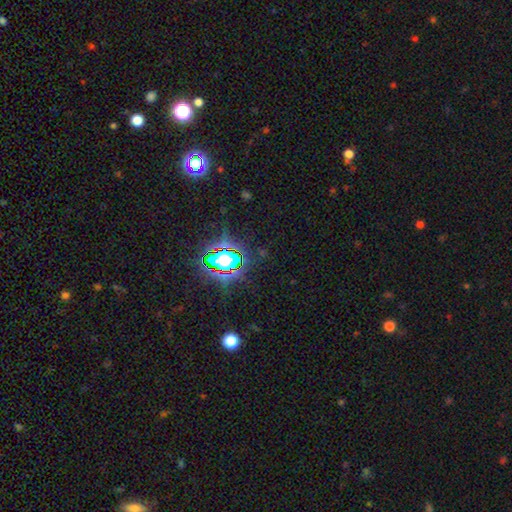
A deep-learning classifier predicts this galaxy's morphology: type=star or artifact (80%).